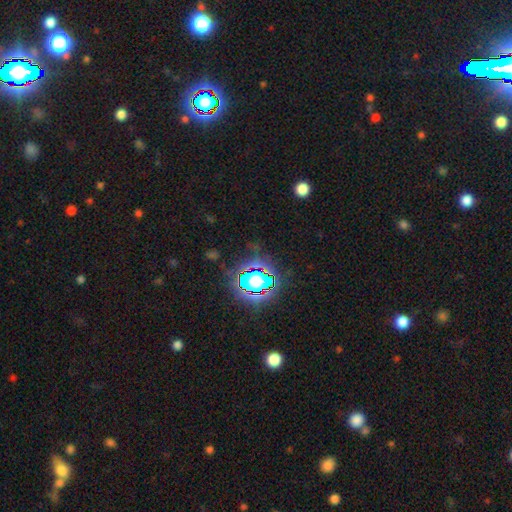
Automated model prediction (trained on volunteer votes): Smooth or featured? Predicted: star or artifact (p=0.78).